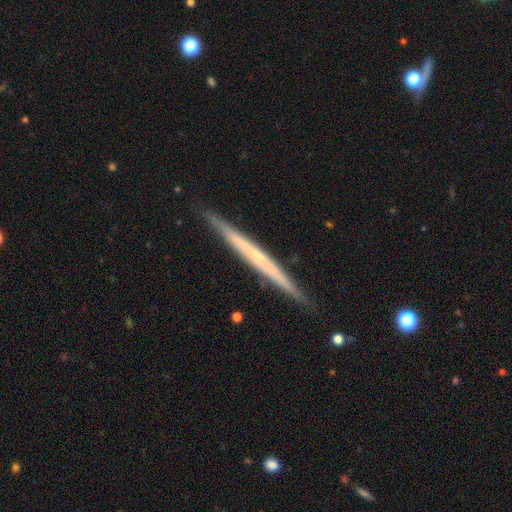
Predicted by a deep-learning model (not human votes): smooth-or-featured: featured or disk: 65% | smooth: 29% | star or artifact: 6%
  disk-edge-on: yes: 97% | no: 3%
    edge-on-bulge: none: 69% | rounded: 27% | boxy: 4%
  merging: none: 90% | minor disturbance: 8% | major disturbance: 1% | merger: 1%